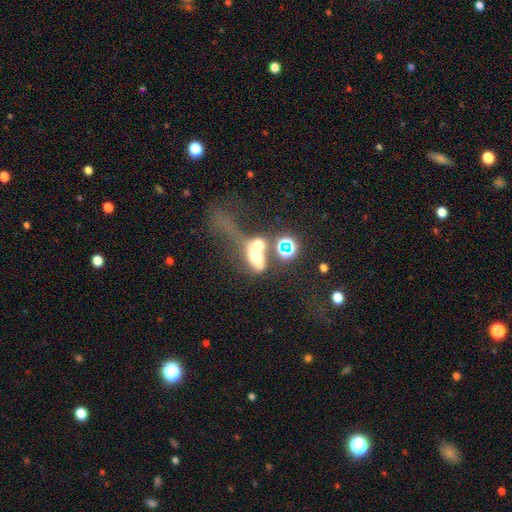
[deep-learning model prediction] smooth 50%, featured or disk 29%, star or artifact 20%. Down the decision tree: how rounded — in between (66%); merging — merger (53%).